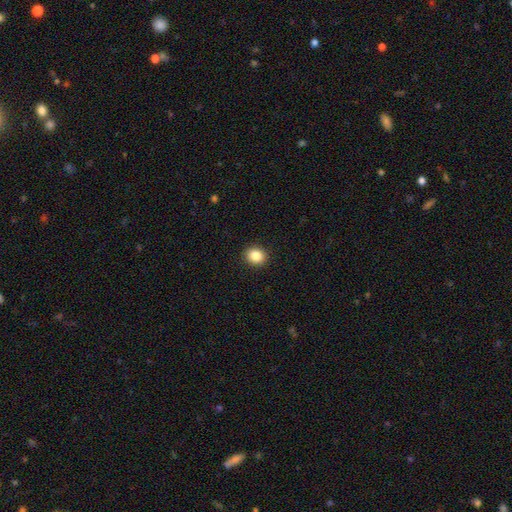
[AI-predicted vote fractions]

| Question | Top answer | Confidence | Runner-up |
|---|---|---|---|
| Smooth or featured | smooth | 86% | star or artifact (10%) |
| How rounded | round | 72% | in between (27%) |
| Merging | none | 92% | minor disturbance (6%) |